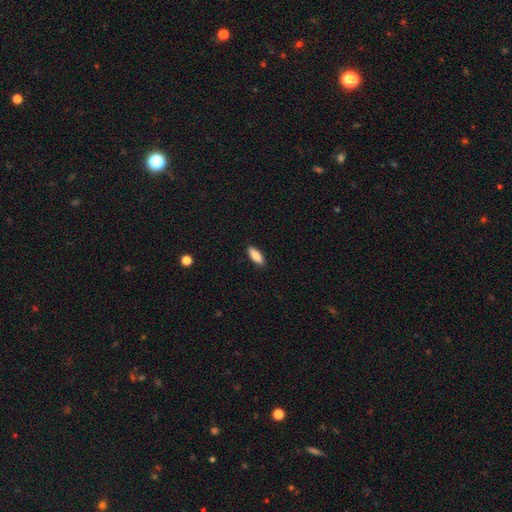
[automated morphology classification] Smooth or featured? Predicted: smooth (p=0.82). How rounded? Predicted: in between (p=0.70). Merging? Predicted: none (p=0.90).